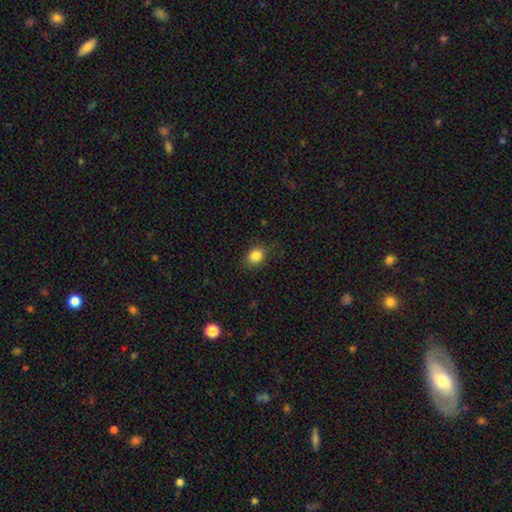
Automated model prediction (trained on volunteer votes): Smooth or featured? Predicted: smooth (p=0.85). How rounded? Predicted: round (p=0.57). Merging? Predicted: none (p=0.83).